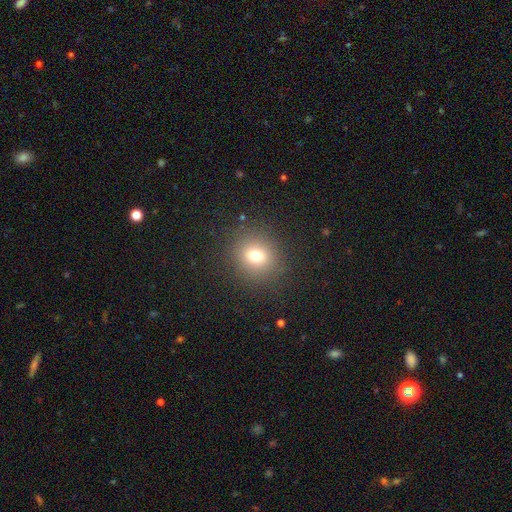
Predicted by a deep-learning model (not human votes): A smooth galaxy with no disk features (73%) that is round (84%). Merging: none (87%).